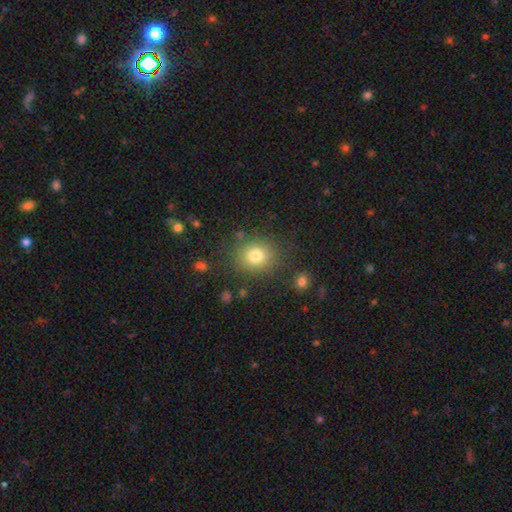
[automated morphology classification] type=smooth (78%); roundness=round (78%); merging=none (82%).